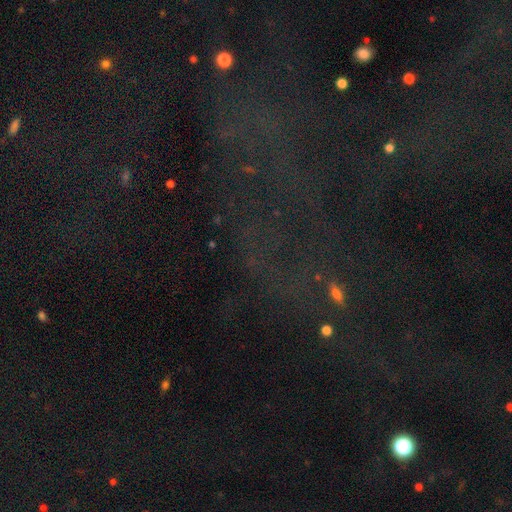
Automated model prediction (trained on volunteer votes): This is likely a star or artifact rather than a galaxy (71%).